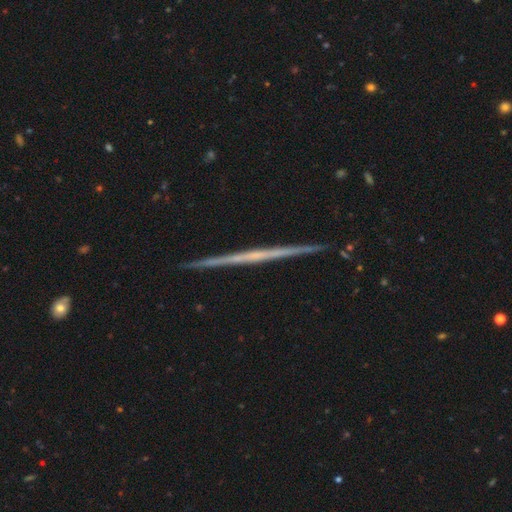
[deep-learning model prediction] Smooth or featured?
  - featured or disk: 75% *
  - smooth: 19%
  - star or artifact: 6%
Edge-on disk?
  - yes: 98% *
  - no: 2%
Edge-on bulge?
  - none: 83% *
  - rounded: 13%
  - boxy: 5%
Merging?
  - none: 92% *
  - minor disturbance: 6%
  - merger: 1%
  - major disturbance: 1%